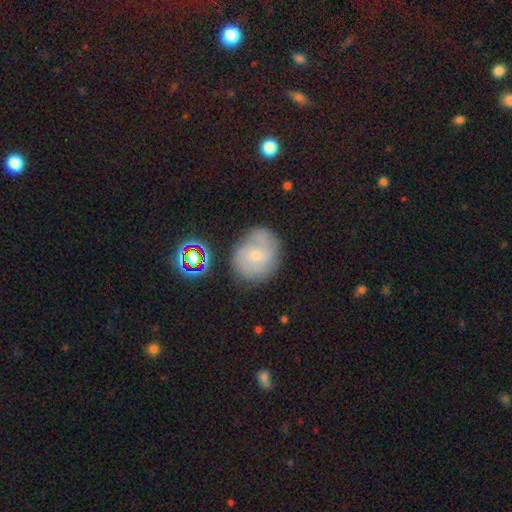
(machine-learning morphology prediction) smooth-or-featured: featured or disk: 57% | smooth: 32% | star or artifact: 12%
  disk-edge-on: no: 97% | yes: 3%
    bar: no: 70% | weak: 26% | strong: 4%
    has-spiral-arms: yes: 86% | no: 14%
    bulge-size: small: 71% | moderate: 25% | none: 2% | large: 1% | dominant: 1%
  merging: none: 70% | minor disturbance: 20% | major disturbance: 6% | merger: 5%